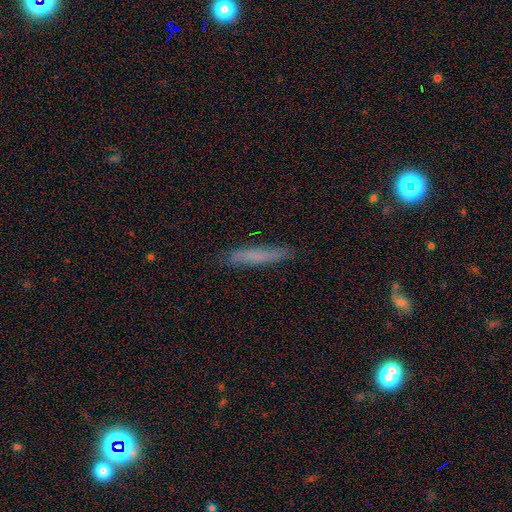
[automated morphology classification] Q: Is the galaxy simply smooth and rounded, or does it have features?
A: smooth — 67%.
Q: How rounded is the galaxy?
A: cigar-shaped — 94%.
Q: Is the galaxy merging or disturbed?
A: none — 82%.